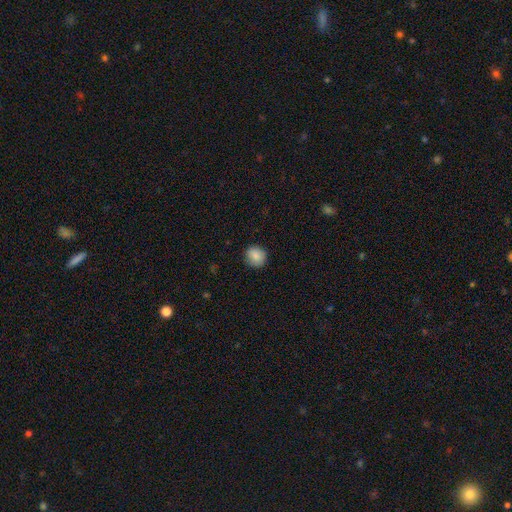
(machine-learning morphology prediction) A smooth galaxy with no disk features (86%) that is round (87%). Merging: none (90%).